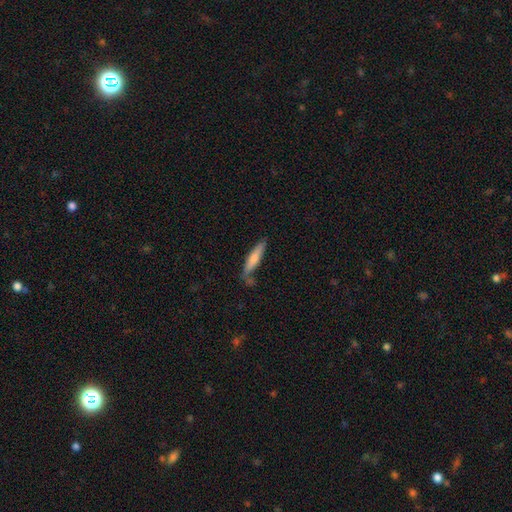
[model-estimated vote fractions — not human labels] The model was most divided on "smooth or featured": smooth: 60%, featured or disk: 34%, star or artifact: 6%. More confident: how rounded — cigar-shaped (87%); merging — none (69%).